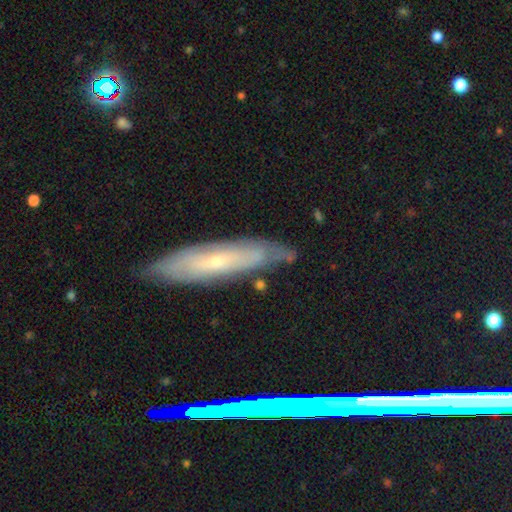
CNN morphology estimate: This appears to be a featured or disk galaxy (53%). Merging: none (77%).